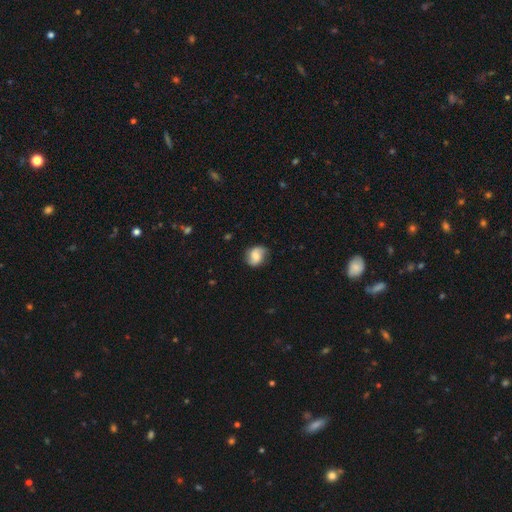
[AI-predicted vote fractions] Smooth or featured? smooth (49%)
Merging? none (73%)